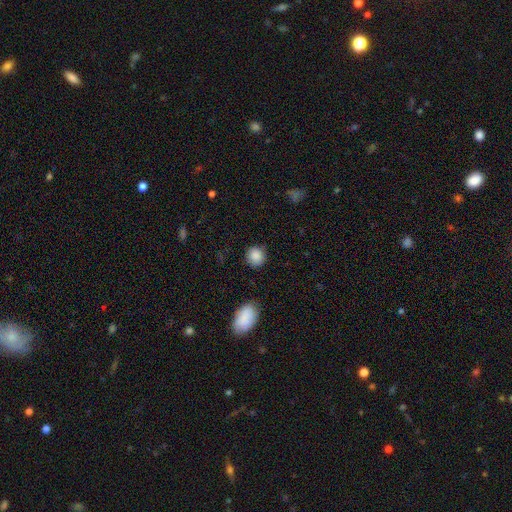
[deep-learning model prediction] Q: Smooth or featured?
A: smooth (88%); runner-up: star or artifact (8%)
Q: How rounded?
A: round (86%); runner-up: in between (13%)
Q: Merging?
A: none (84%); runner-up: minor disturbance (11%)